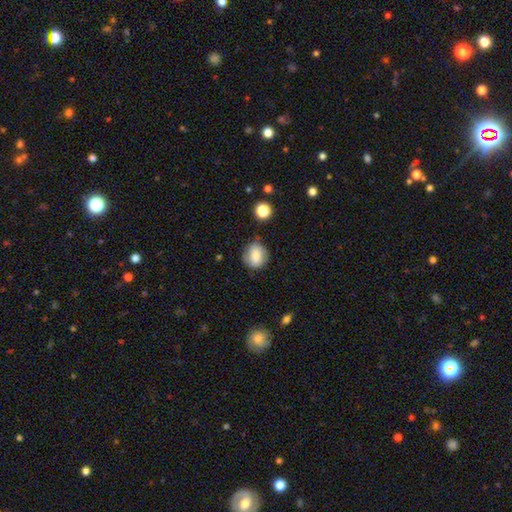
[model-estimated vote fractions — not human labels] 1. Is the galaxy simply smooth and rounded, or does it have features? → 75% smooth, 17% featured or disk, 9% star or artifact.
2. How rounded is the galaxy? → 79% round, 20% in between, 1% cigar-shaped.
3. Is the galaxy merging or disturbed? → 78% none, 16% minor disturbance, 4% major disturbance, 3% merger.